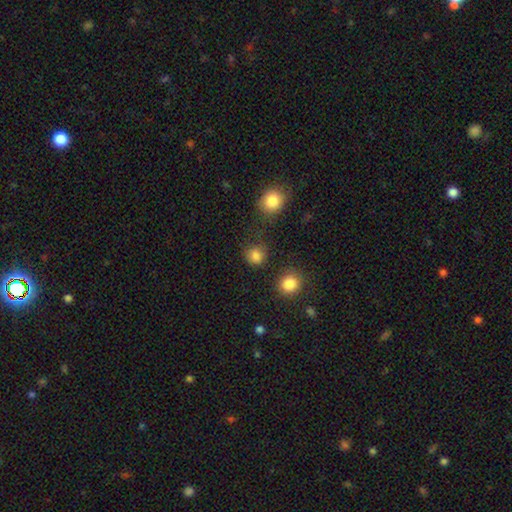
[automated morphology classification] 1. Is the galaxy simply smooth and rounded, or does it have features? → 83% smooth, 13% star or artifact, 4% featured or disk.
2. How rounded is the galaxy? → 89% round, 10% in between, 1% cigar-shaped.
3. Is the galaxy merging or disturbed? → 79% none, 11% minor disturbance, 6% merger, 4% major disturbance.